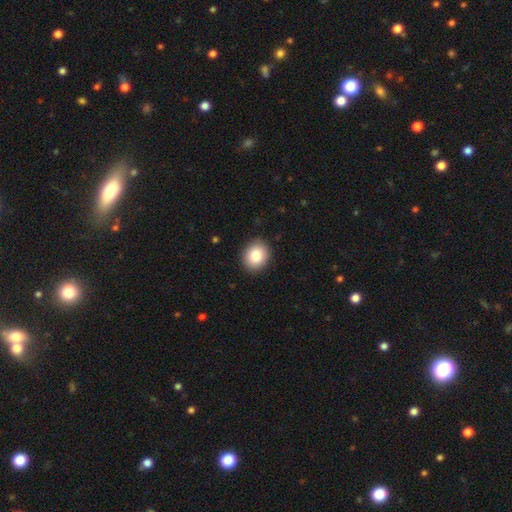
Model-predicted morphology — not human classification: Smooth or featured: smooth — 83% (featured or disk — 9%)
How rounded: round — 63% (in between — 36%)
Merging: none — 90% (minor disturbance — 7%)